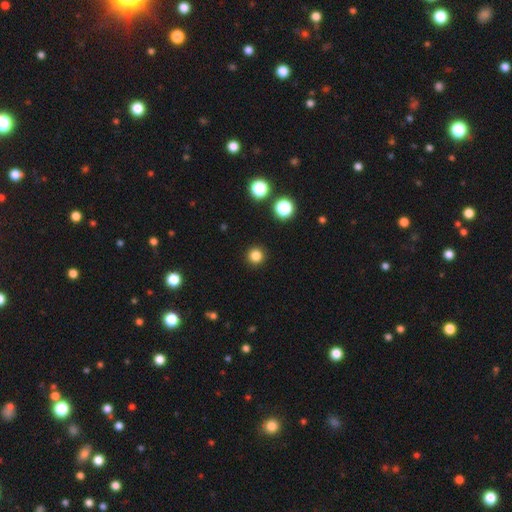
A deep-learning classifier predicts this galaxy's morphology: smooth 82%, star or artifact 14%, featured or disk 4%. Down the decision tree: how rounded — round (95%); merging — none (93%).